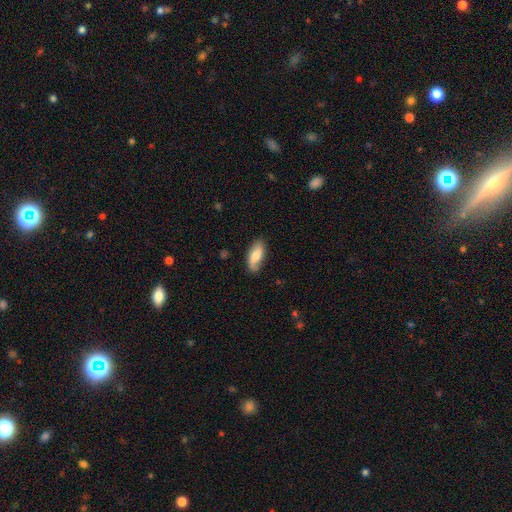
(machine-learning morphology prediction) Overall: smooth (61%; featured or disk 33%). How rounded: in between (83%). Merging: none (76%).